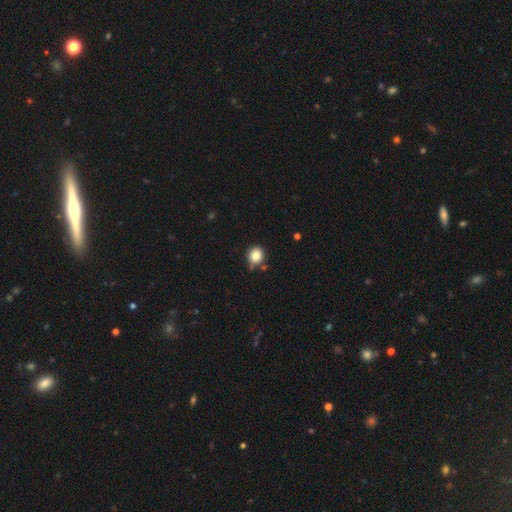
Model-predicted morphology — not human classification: type=smooth (83%); roundness=round (87%); merging=none (72%).